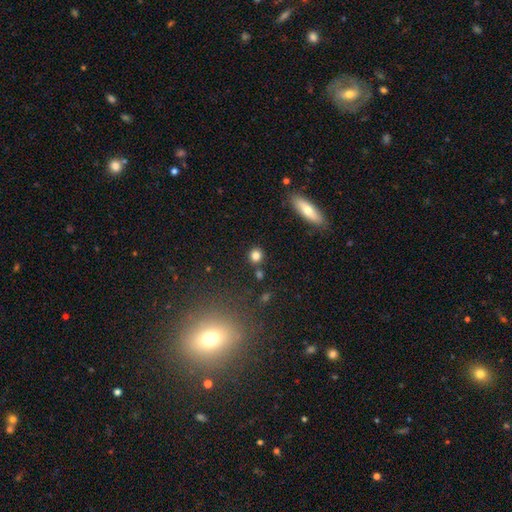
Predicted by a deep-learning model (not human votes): Morphology: type=smooth (81%); roundness=round (87%); merging=none (80%).